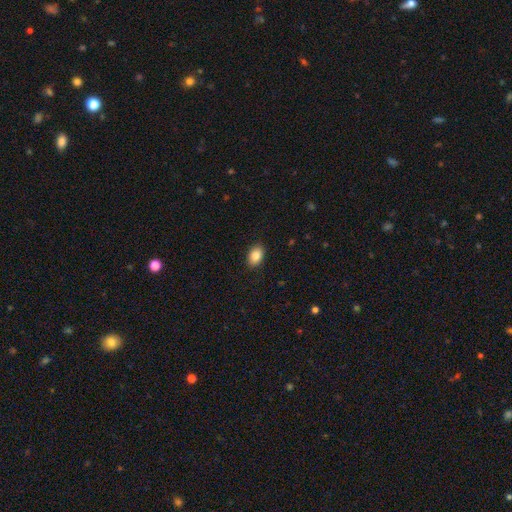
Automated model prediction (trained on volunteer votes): Smooth or featured?
  - smooth: 86% *
  - star or artifact: 8%
  - featured or disk: 6%
How rounded?
  - in between: 87% *
  - round: 12%
  - cigar-shaped: 1%
Merging?
  - none: 90% *
  - minor disturbance: 7%
  - major disturbance: 2%
  - merger: 1%